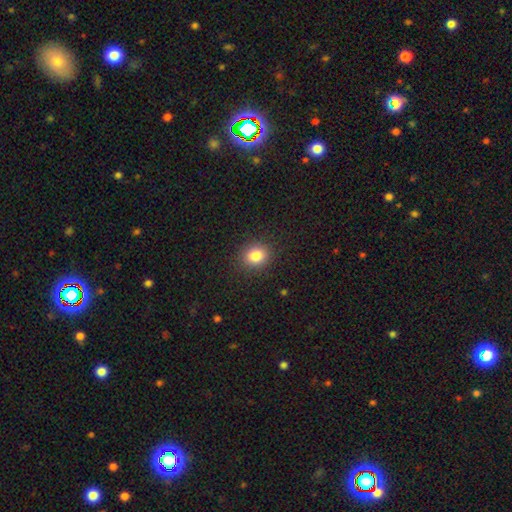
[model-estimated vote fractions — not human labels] Smooth or featured? Predicted: smooth (p=0.84). How rounded? Predicted: round (p=0.68). Merging? Predicted: none (p=0.89).